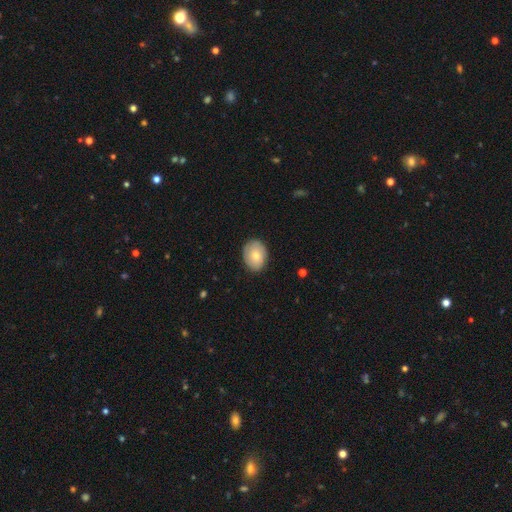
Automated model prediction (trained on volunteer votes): Morphology: type=smooth (72%); roundness=in between (64%); merging=none (84%).